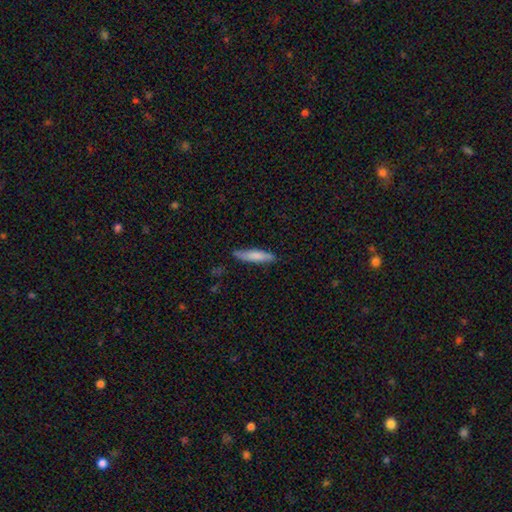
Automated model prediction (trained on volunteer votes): Smooth or featured? smooth (75%)
How rounded? cigar-shaped (80%)
Merging? none (77%)